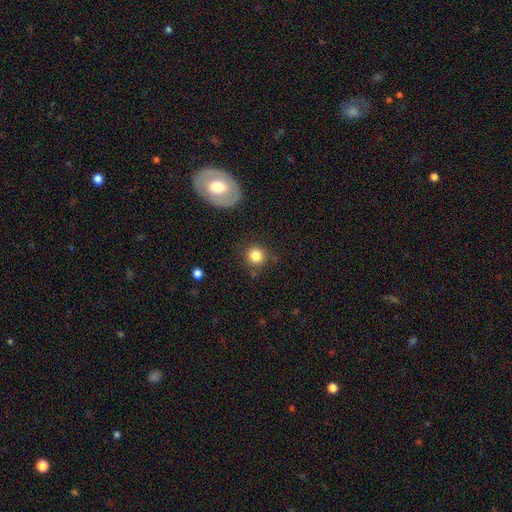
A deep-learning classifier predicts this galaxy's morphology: The model was most divided on "smooth or featured": smooth: 83%, star or artifact: 11%, featured or disk: 6%. More confident: how rounded — round (92%); merging — none (85%).